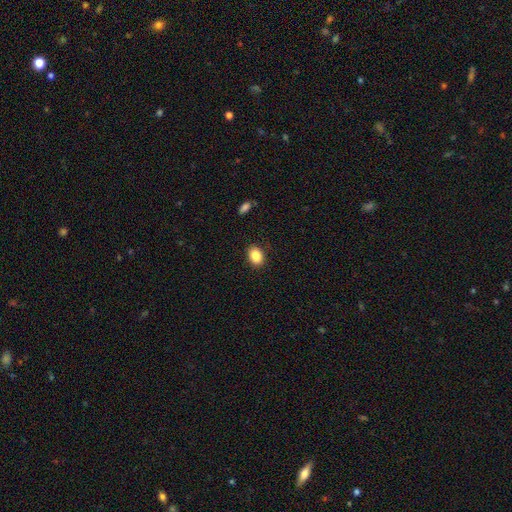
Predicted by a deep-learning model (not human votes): Smooth or featured?
  - smooth: 88% *
  - star or artifact: 8%
  - featured or disk: 4%
How rounded?
  - in between: 76% *
  - round: 23%
  - cigar-shaped: 1%
Merging?
  - none: 88% *
  - minor disturbance: 9%
  - major disturbance: 2%
  - merger: 1%